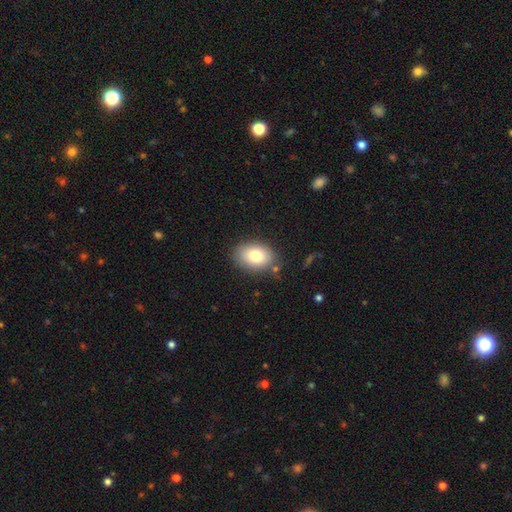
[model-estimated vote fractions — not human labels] Smooth or featured: smooth — 79% (featured or disk — 12%)
How rounded: in between — 79% (round — 20%)
Merging: none — 82% (minor disturbance — 12%)